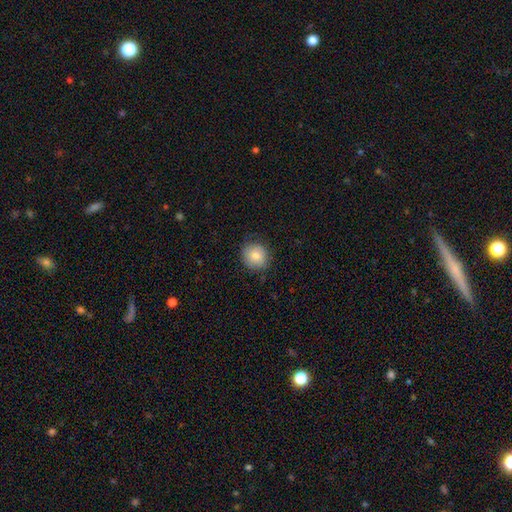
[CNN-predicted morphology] Smooth or featured?
  - smooth: 81% *
  - featured or disk: 11%
  - star or artifact: 8%
How rounded?
  - round: 83% *
  - in between: 16%
  - cigar-shaped: 1%
Merging?
  - none: 81% *
  - minor disturbance: 15%
  - major disturbance: 3%
  - merger: 1%